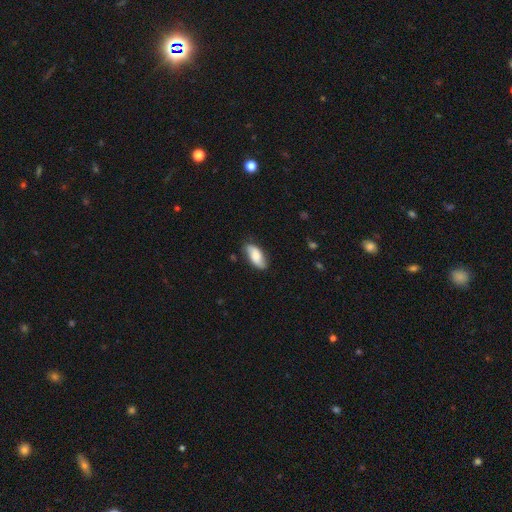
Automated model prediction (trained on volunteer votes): This is likely a smooth galaxy (63%). How rounded: clearly in between (88%). Merging: likely none (76%).